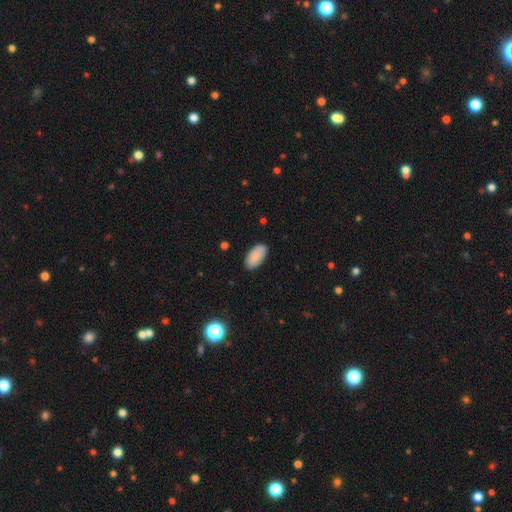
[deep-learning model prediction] Smooth or featured: smooth — 88% (star or artifact — 6%)
How rounded: in between — 95% (cigar-shaped — 3%)
Merging: none — 86% (minor disturbance — 11%)